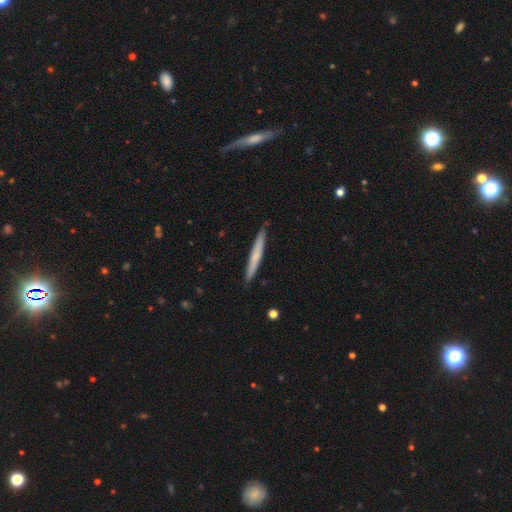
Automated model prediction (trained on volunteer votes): Morphology: type=smooth (59%); roundness=cigar-shaped (96%); merging=none (90%).